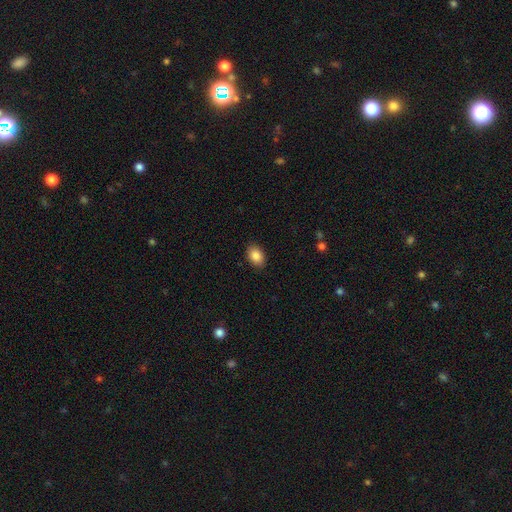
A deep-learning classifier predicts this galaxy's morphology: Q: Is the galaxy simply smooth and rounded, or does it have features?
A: smooth — 87%.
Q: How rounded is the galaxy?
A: in between — 83%.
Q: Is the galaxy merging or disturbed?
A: none — 88%.